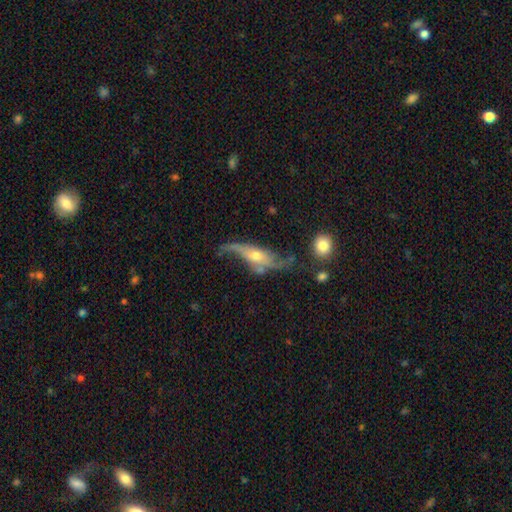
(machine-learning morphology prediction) A featured or disk galaxy (80%) with no bar (61%), 2 (88%) loose (88%) spiral arms (89%) and a moderate central bulge (48%).

Vote fractions:
- Smooth or featured? featured or disk: 80% / smooth: 14% / star or artifact: 7%
- Edge-on disk? no: 78% / yes: 22%
- Bar? no: 61% / weak: 27% / strong: 12%
- Spiral arms? yes: 89% / no: 11%
- Spiral winding? loose: 88% / medium: 8% / tight: 3%
- Spiral arm count? 2: 88% / 1: 5% / can't tell: 4% / 3: 1% / 4: 1% / more than 4: 1%
- Bulge size? moderate: 48% / small: 44% / large: 4% / none: 3% / dominant: 1%
- Merging? none: 45% / minor disturbance: 23% / major disturbance: 23% / merger: 9%